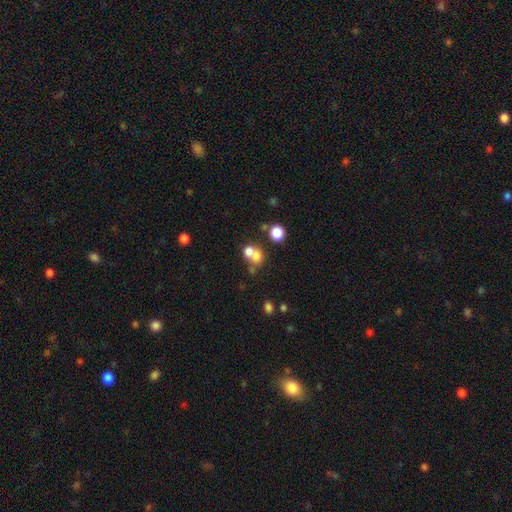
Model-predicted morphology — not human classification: This is likely a smooth galaxy (68%). How rounded: likely round (70%). Merging: possibly merger (55%).